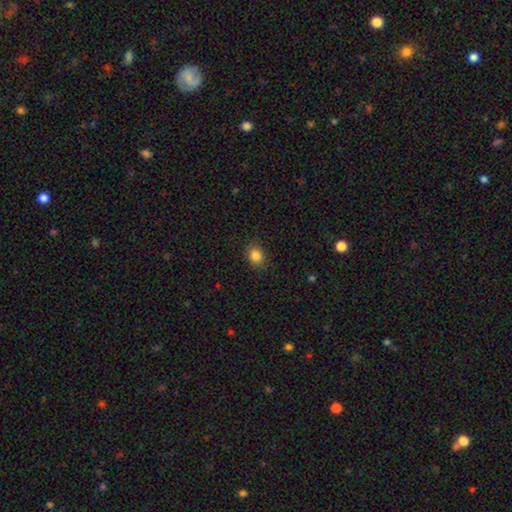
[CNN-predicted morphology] smooth_or_featured: smooth (p=0.85) [alt: star or artifact p=0.11]
how_rounded: round (p=0.57) [alt: in between p=0.42]
merging: none (p=0.86) [alt: minor disturbance p=0.10]